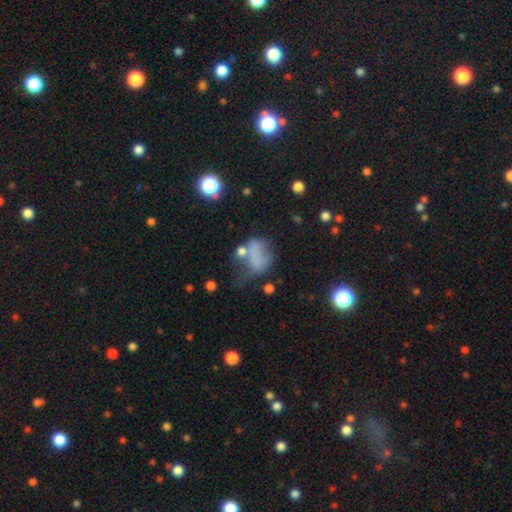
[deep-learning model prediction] A smooth galaxy with no disk features (57%) that is in between round and cigar-shaped (65%). Merging: major disturbance (37%).